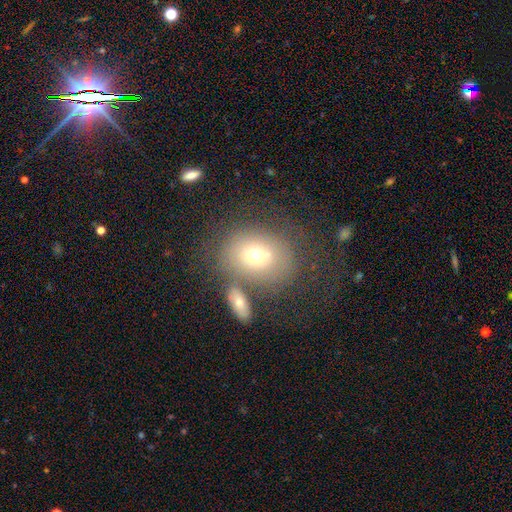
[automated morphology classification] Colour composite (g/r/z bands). It shows a smooth galaxy with no disk features (65%) that is round (57%). Merging: none (52%).